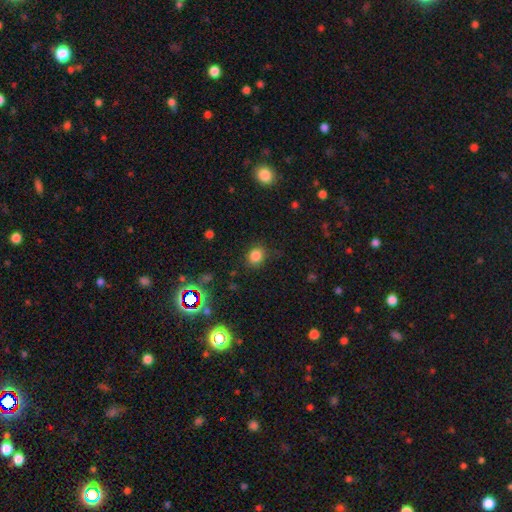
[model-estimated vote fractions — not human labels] smooth-or-featured: smooth: 81% | star or artifact: 14% | featured or disk: 5%
  how-rounded: round: 65% | in between: 34% | cigar-shaped: 1%
  merging: none: 80% | minor disturbance: 14% | major disturbance: 5% | merger: 2%